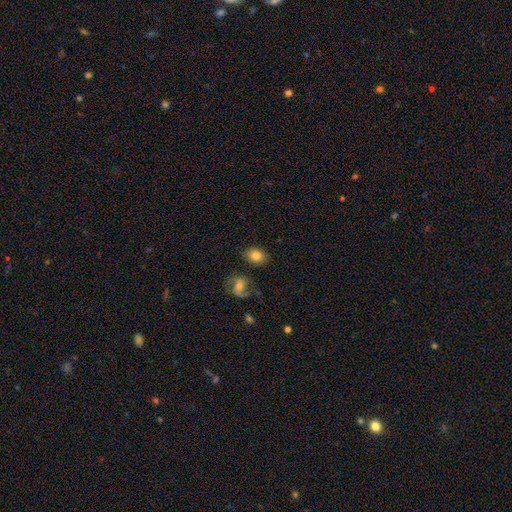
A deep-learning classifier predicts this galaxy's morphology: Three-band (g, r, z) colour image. It shows a smooth galaxy with no disk features (79%) that is in between round and cigar-shaped (68%). Merging: none (78%).